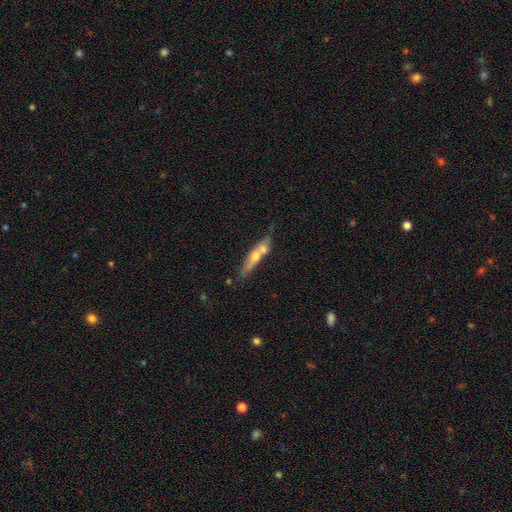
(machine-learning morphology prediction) featured or disk 57%, smooth 36%, star or artifact 7%. Down the decision tree: edge-on disk — yes (82%); merging — none (53%).